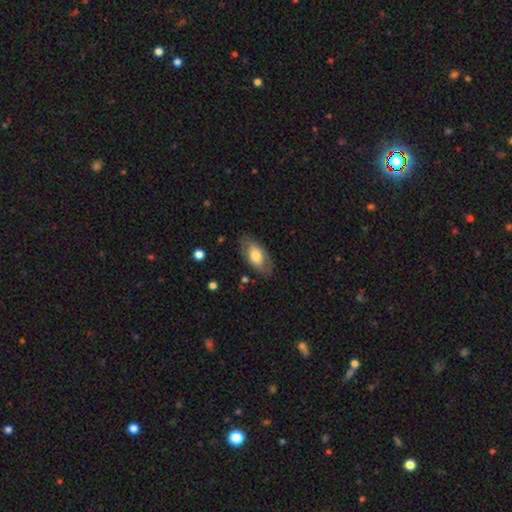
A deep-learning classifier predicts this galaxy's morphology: smooth 59%, featured or disk 35%, star or artifact 6%. Down the decision tree: how rounded — in between (92%); merging — none (77%).